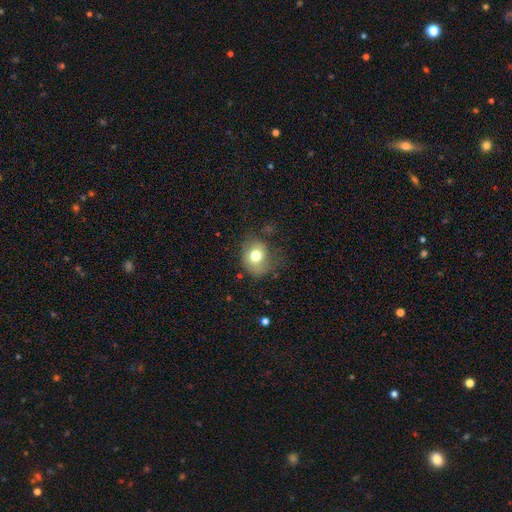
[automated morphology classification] Smooth or featured? Predicted: smooth (p=0.72). How rounded? Predicted: round (p=0.59). Merging? Predicted: none (p=0.54).